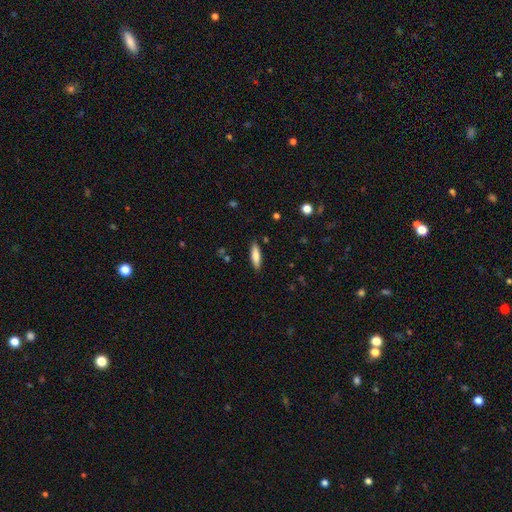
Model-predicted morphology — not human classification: A smooth galaxy with no disk features (79%) that is cigar-shaped (61%).

Vote fractions:
- Smooth or featured? smooth: 79% / featured or disk: 15% / star or artifact: 6%
- How rounded? cigar-shaped: 61% / in between: 38% / round: 2%
- Merging? none: 87% / minor disturbance: 9% / major disturbance: 2% / merger: 1%